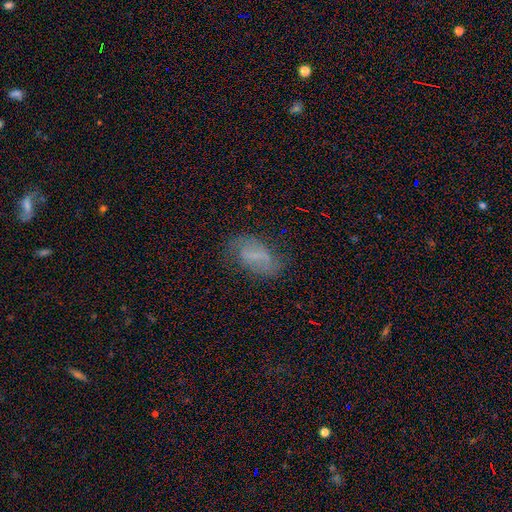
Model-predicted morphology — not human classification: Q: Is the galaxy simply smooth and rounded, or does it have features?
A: smooth — 46%.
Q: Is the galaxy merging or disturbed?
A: none — 62%.